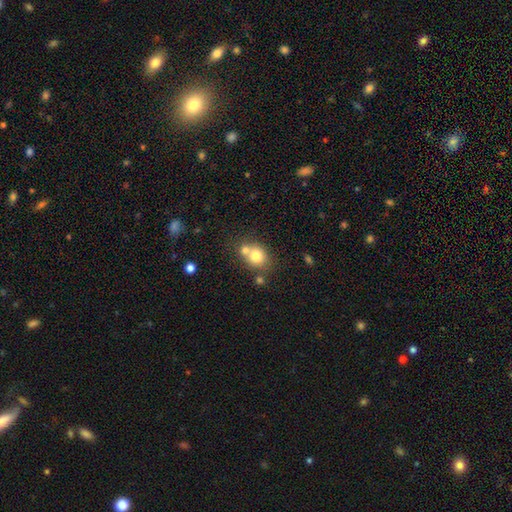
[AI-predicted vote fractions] Morphology: type=smooth (75%); roundness=round (73%); merging=none (46%).